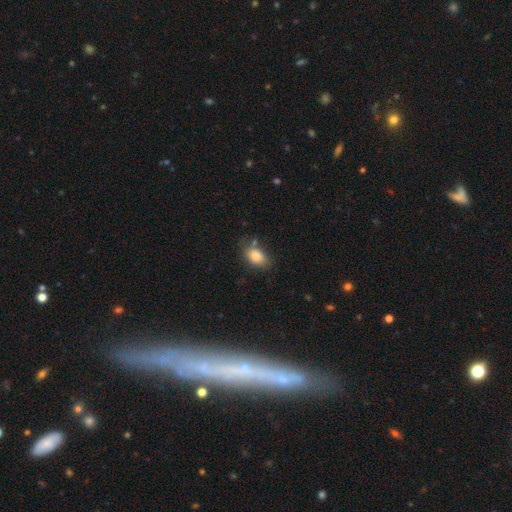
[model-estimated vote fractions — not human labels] This is clearly a smooth galaxy (85%). How rounded: clearly in between (87%). Merging: likely none (67%).